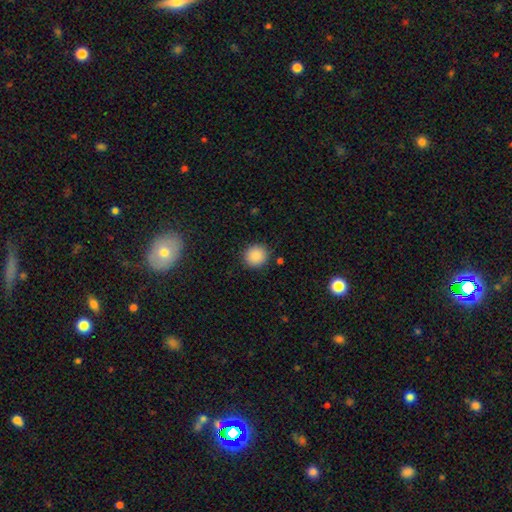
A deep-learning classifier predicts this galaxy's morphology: The model was most divided on "smooth or featured": smooth: 88%, star or artifact: 9%, featured or disk: 3%. More confident: how rounded — round (91%); merging — none (90%).